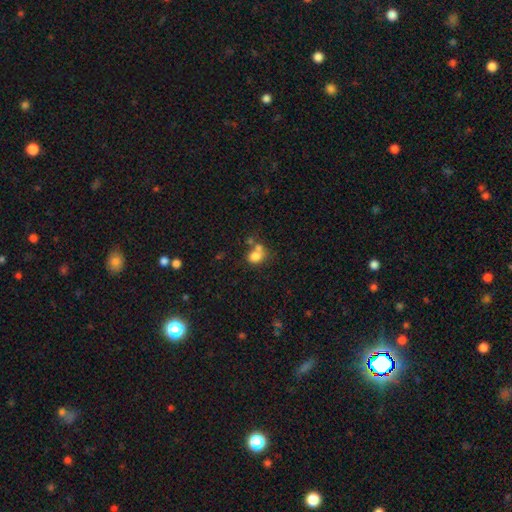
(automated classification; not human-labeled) Morphology: type=smooth (77%); roundness=round (54%); merging=merger (41%).